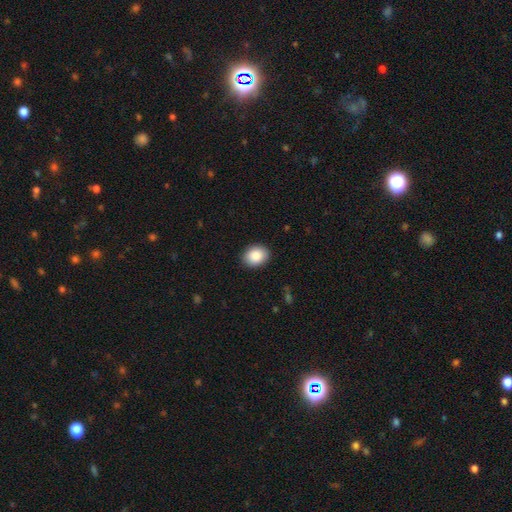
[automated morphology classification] The model was most divided on "how rounded": in between: 59%, round: 40%, cigar-shaped: 1%. More confident: merging — none (90%); smooth or featured — smooth (87%).